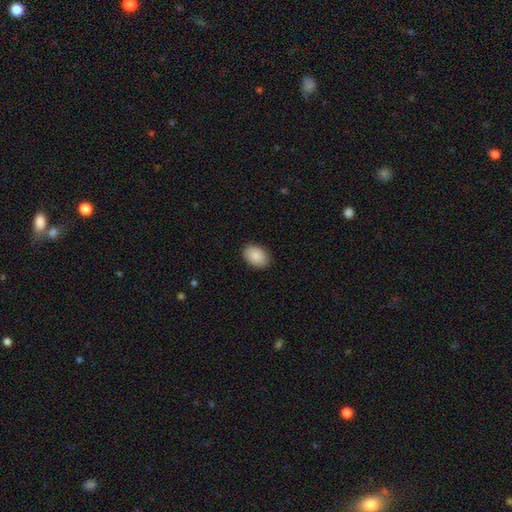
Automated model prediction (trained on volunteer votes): The model was most divided on "how rounded": in between: 84%, round: 15%, cigar-shaped: 1%. More confident: merging — none (89%); smooth or featured — smooth (89%).